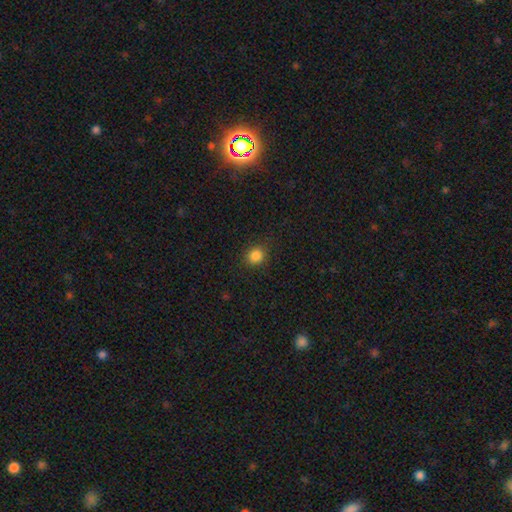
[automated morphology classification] Smooth or featured: smooth — 85% (star or artifact — 12%)
How rounded: round — 84% (in between — 15%)
Merging: none — 89% (minor disturbance — 8%)